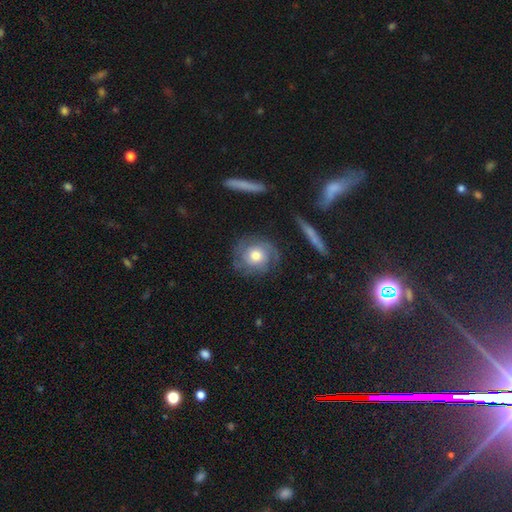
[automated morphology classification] Smooth or featured? featured or disk (57%)
Edge-on disk? no (95%)
Bar? no (82%)
Spiral arms? yes (84%)
Bulge size? moderate (68%)
Merging? none (73%)